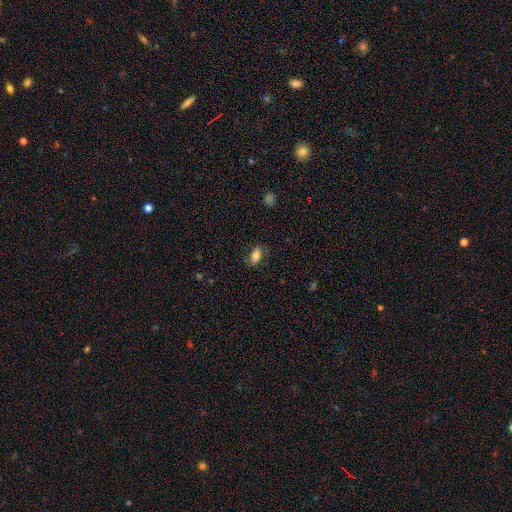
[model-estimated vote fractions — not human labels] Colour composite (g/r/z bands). It shows a smooth galaxy with no disk features (77%) that is in between round and cigar-shaped (88%). Merging: none (75%).